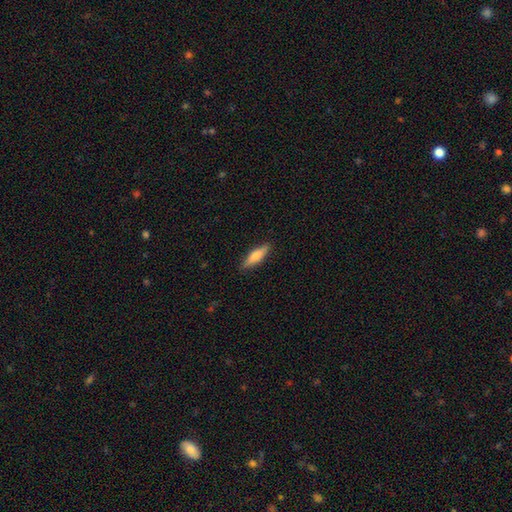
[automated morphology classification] The model was most divided on "smooth or featured": smooth: 63%, featured or disk: 31%, star or artifact: 6%. More confident: merging — none (88%); how rounded — cigar-shaped (68%).